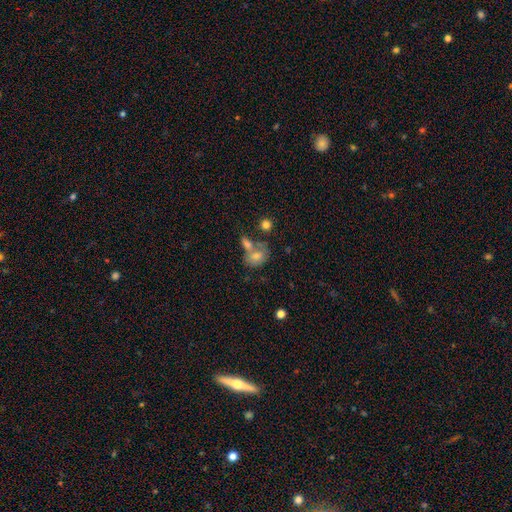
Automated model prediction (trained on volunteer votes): Smooth or featured: smooth — 70% (featured or disk — 20%)
How rounded: in between — 65% (round — 33%)
Merging: merger — 46% (none — 31%)